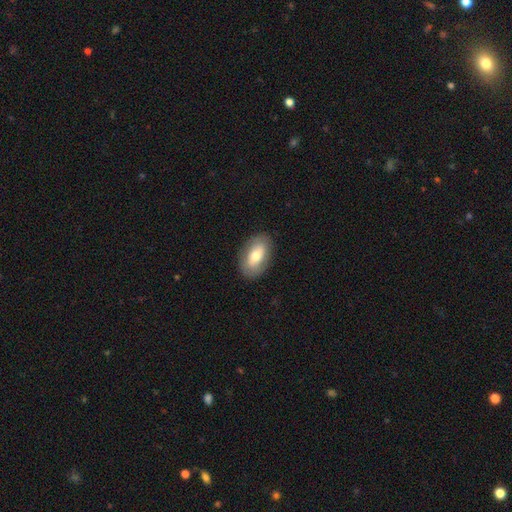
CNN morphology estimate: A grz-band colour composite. It shows a smooth galaxy with no disk features (67%) that is in between round and cigar-shaped (92%). Merging: none (86%).